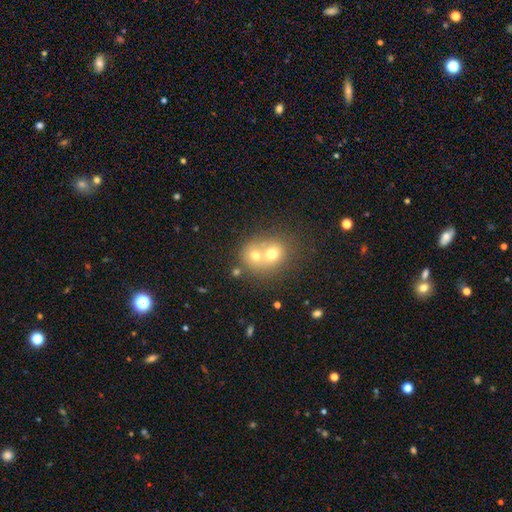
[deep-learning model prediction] Smooth or featured?
  - smooth: 64% *
  - featured or disk: 23%
  - star or artifact: 13%
How rounded?
  - round: 71% *
  - in between: 28%
  - cigar-shaped: 1%
Merging?
  - merger: 68% *
  - none: 24%
  - minor disturbance: 5%
  - major disturbance: 3%